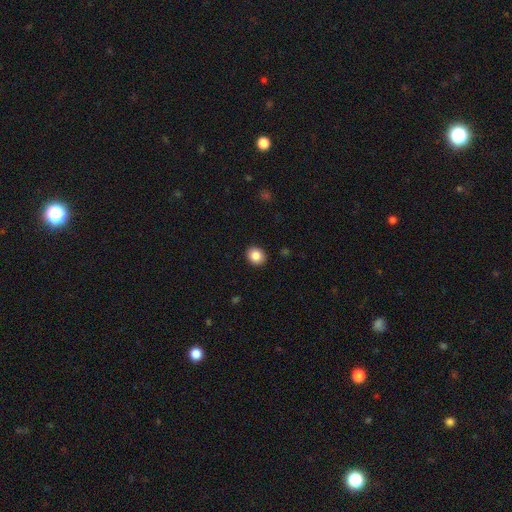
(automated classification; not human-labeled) Overall: smooth (86%). How rounded: round (67%; in between 32%). Merging: none (91%).